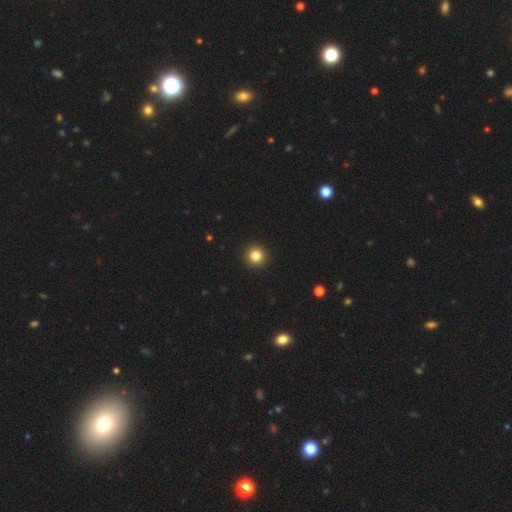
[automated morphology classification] A smooth galaxy with no disk features (84%) that is round (95%). Merging: none (94%).